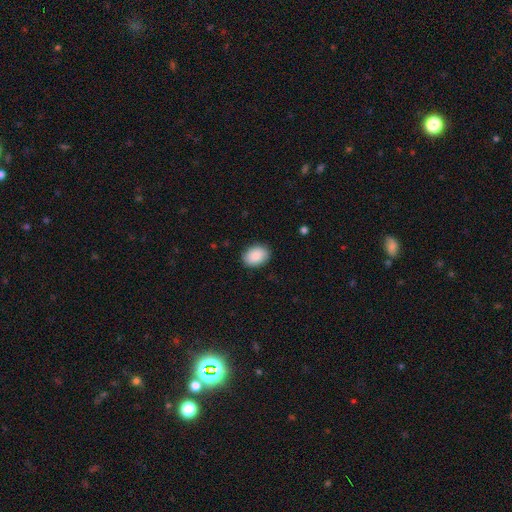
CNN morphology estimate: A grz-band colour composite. It shows a smooth galaxy with no disk features (90%) that is in between round and cigar-shaped (75%). Merging: none (89%).